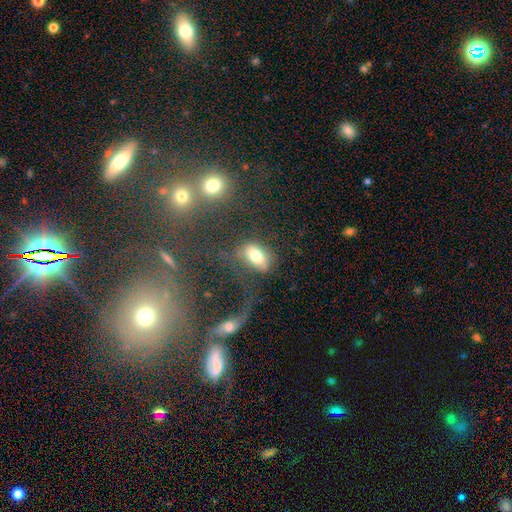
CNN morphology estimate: Smooth or featured? smooth (71%)
How rounded? in between (88%)
Merging? none (49%)